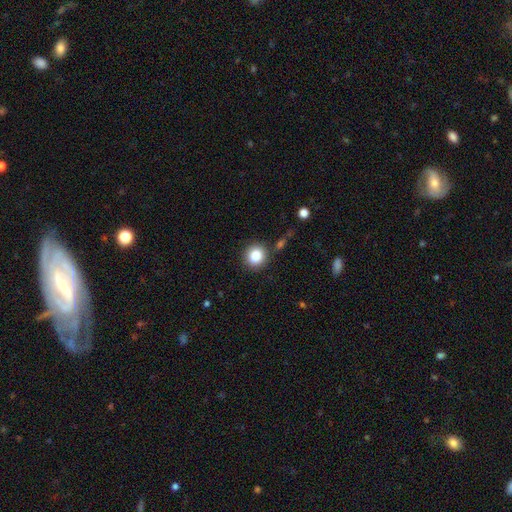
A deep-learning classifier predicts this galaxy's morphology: This is clearly a smooth galaxy (86%). How rounded: clearly round (87%). Merging: clearly none (83%).